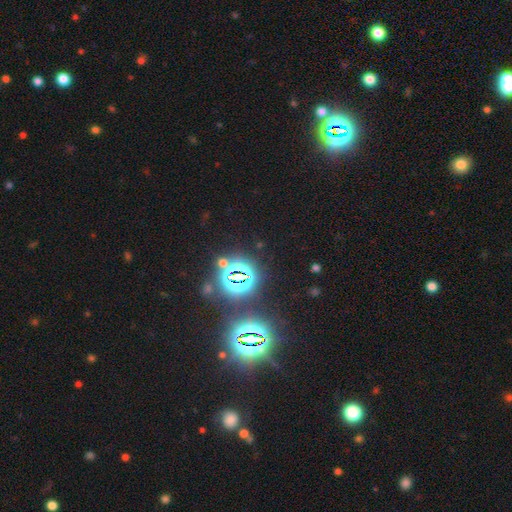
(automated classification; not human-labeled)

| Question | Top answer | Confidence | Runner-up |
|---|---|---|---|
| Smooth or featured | star or artifact | 81% | smooth (12%) |